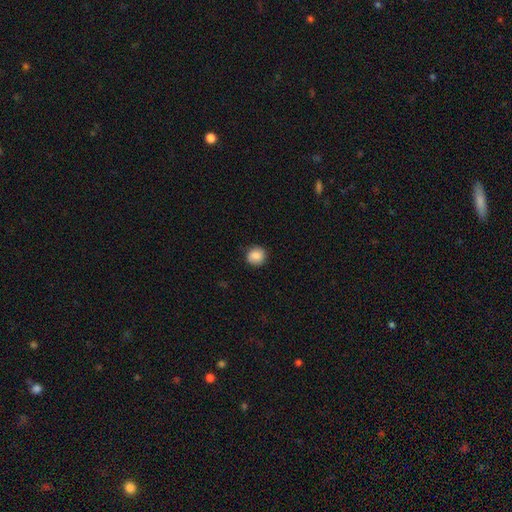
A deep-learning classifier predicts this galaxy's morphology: Smooth or featured? Predicted: smooth (p=0.85). How rounded? Predicted: round (p=0.90). Merging? Predicted: none (p=0.87).